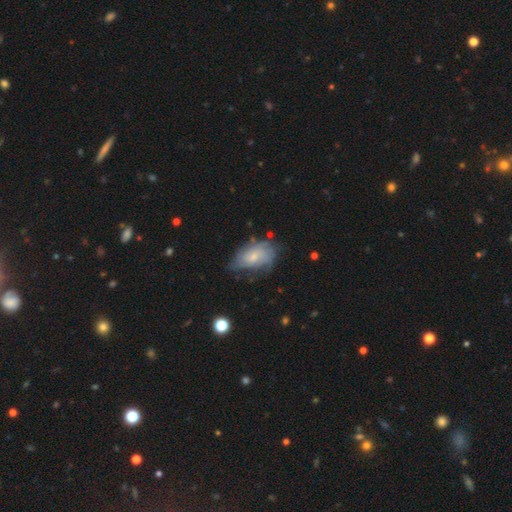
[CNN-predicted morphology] A featured or disk galaxy (47%).

Vote fractions:
- Smooth or featured? featured or disk: 47% / smooth: 45% / star or artifact: 7%
- Merging? none: 44% / minor disturbance: 37% / major disturbance: 17% / merger: 3%